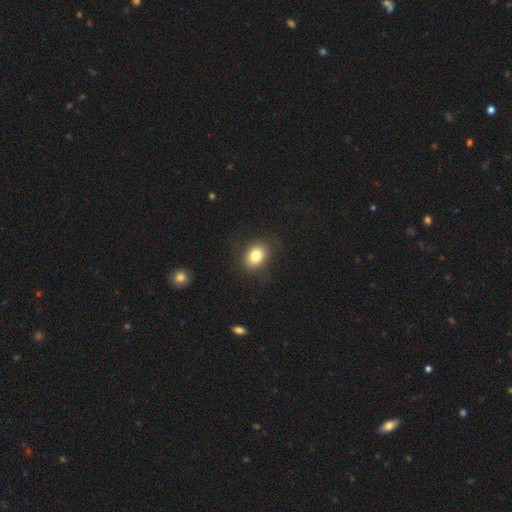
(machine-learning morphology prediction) Overall: smooth (81%). How rounded: in between (60%; round 39%). Merging: none (82%).